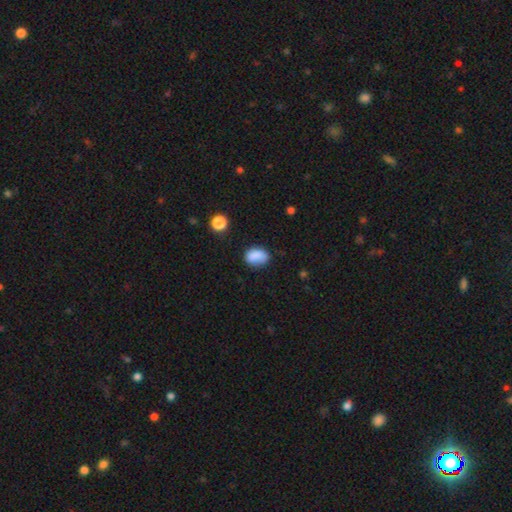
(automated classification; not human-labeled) smooth 83%, star or artifact 10%, featured or disk 8%. Down the decision tree: how rounded — in between (69%); merging — none (65%).